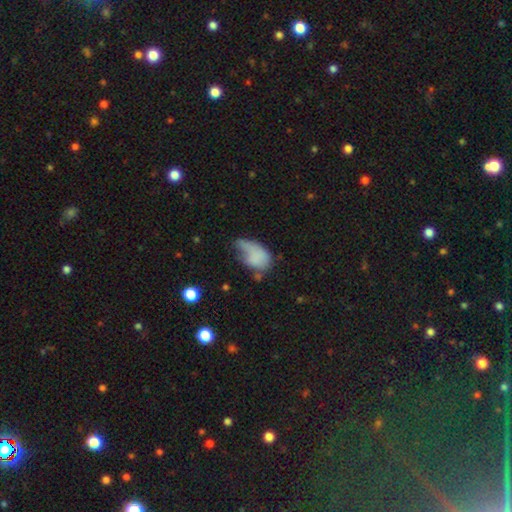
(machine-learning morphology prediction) type=smooth (69%); roundness=in between (86%); merging=major disturbance (42%).